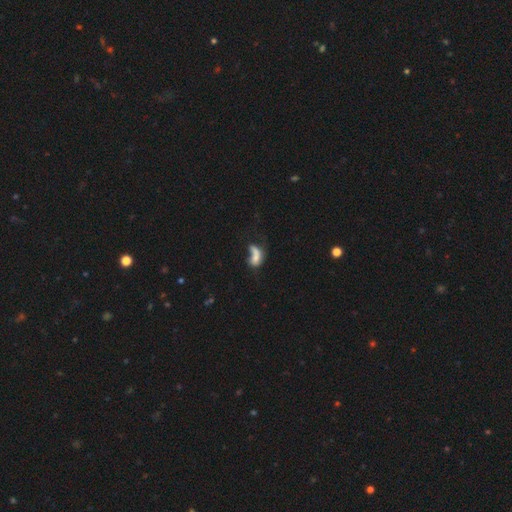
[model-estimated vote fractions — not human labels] Q: Smooth or featured?
A: smooth (59%); runner-up: featured or disk (29%)
Q: How rounded?
A: in between (77%); runner-up: round (14%)
Q: Merging?
A: merger (42%); runner-up: major disturbance (23%)